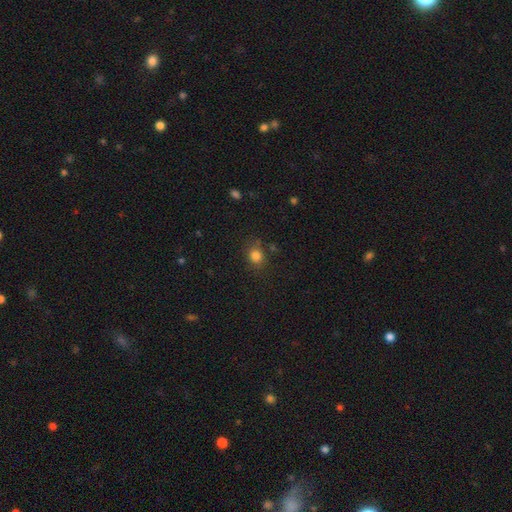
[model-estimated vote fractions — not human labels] This is clearly a smooth galaxy (81%). How rounded: likely round (66%). Merging: likely none (75%).